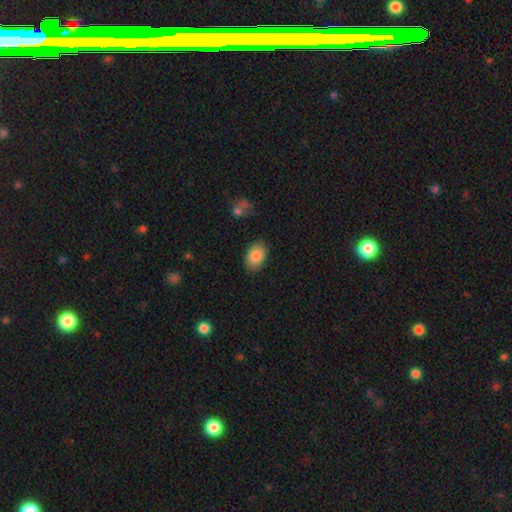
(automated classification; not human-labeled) smooth-or-featured: smooth: 87% | star or artifact: 7% | featured or disk: 6%
  how-rounded: in between: 88% | round: 11% | cigar-shaped: 1%
  merging: none: 85% | minor disturbance: 11% | major disturbance: 3% | merger: 2%